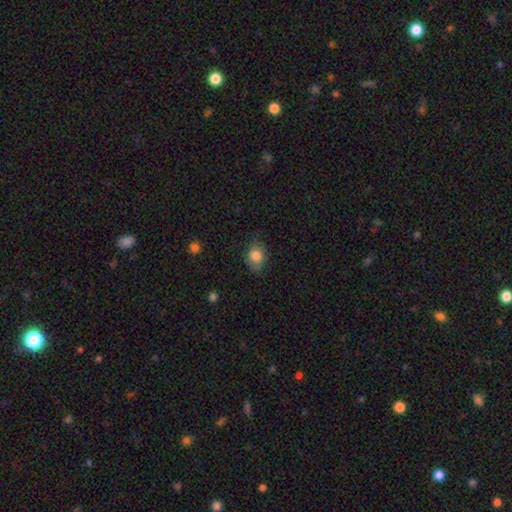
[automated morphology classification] This is likely a smooth galaxy (80%). How rounded: likely in between (61%). Merging: likely none (69%).